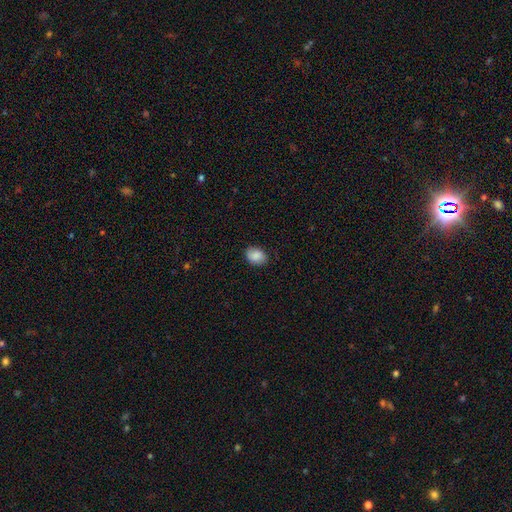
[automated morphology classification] smooth_or_featured: smooth (p=0.87) [alt: star or artifact p=0.07]
how_rounded: in between (p=0.69) [alt: round p=0.30]
merging: none (p=0.84) [alt: minor disturbance p=0.12]